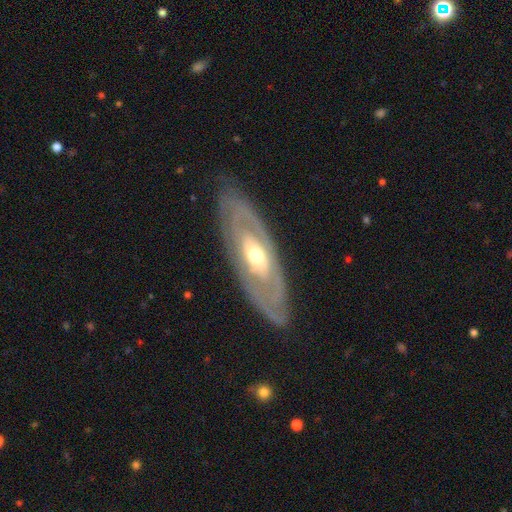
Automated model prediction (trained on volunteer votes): This appears to be a featured or disk galaxy (78%) with no bar (78%), spiral arms (59%) and a moderate central bulge (69%). Merging: none (82%).